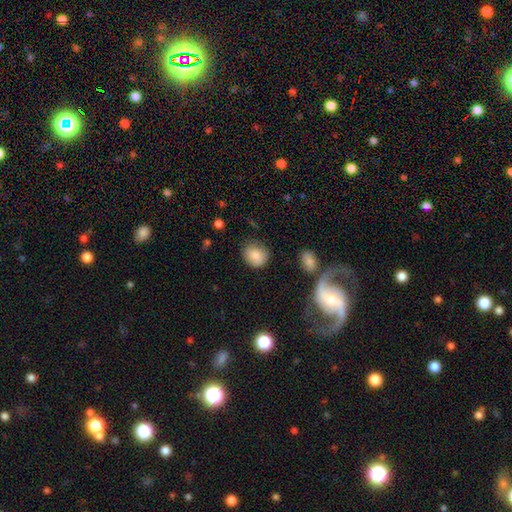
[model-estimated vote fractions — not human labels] Overall: smooth (85%). How rounded: round (71%). Merging: none (74%).